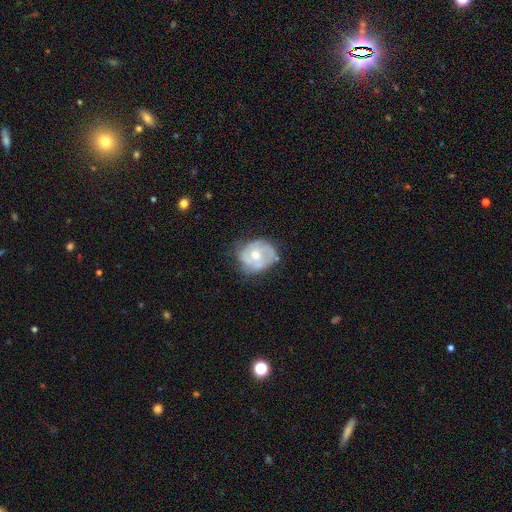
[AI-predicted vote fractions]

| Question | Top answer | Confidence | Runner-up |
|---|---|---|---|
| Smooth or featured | featured or disk | 69% | smooth (25%) |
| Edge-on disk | no | 97% | yes (3%) |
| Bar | no | 74% | weak (22%) |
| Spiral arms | yes | 74% | no (26%) |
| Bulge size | moderate | 67% | small (28%) |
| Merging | none | 59% | minor disturbance (28%) |